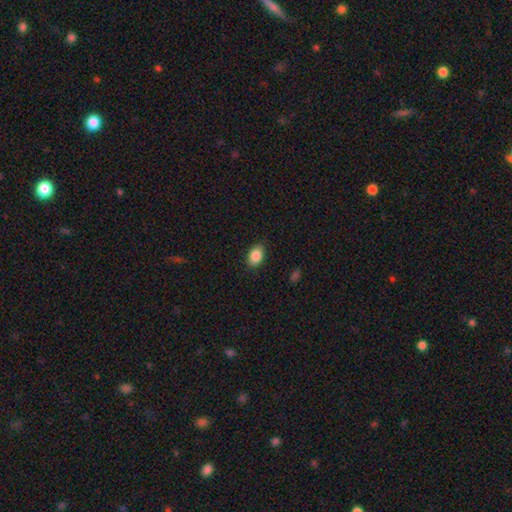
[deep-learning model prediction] Overall: smooth (87%). How rounded: in between (82%). Merging: none (85%).